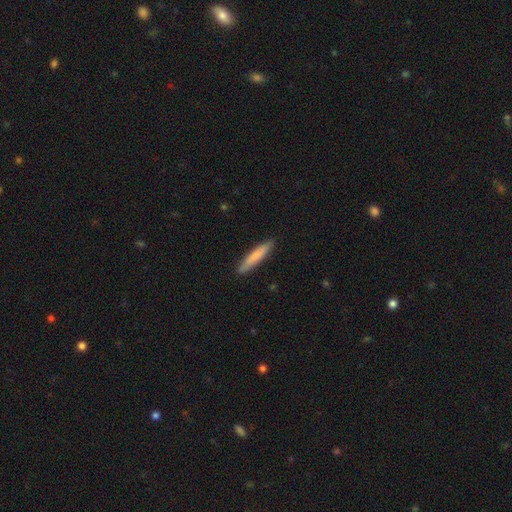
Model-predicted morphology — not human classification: Q: Smooth or featured?
A: smooth (78%); runner-up: featured or disk (16%)
Q: How rounded?
A: cigar-shaped (91%); runner-up: in between (8%)
Q: Merging?
A: none (88%); runner-up: minor disturbance (9%)